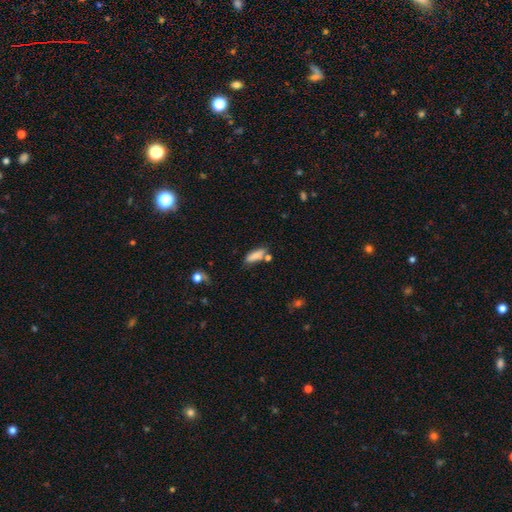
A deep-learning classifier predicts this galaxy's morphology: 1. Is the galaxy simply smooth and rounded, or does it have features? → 75% smooth, 17% featured or disk, 8% star or artifact.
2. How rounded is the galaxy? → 53% in between, 44% cigar-shaped, 3% round.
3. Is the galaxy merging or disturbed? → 57% none, 21% minor disturbance, 16% merger, 6% major disturbance.